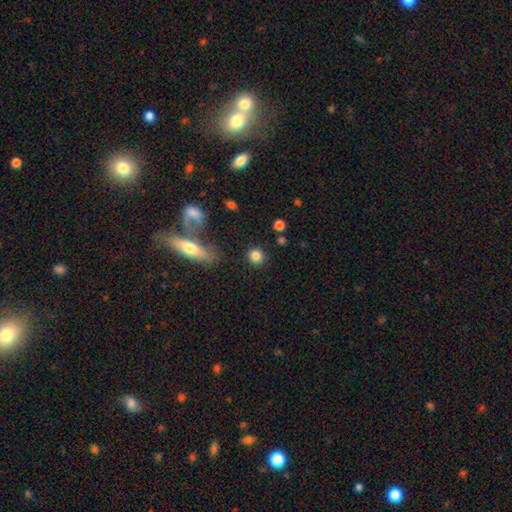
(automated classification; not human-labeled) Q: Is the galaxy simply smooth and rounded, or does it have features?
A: smooth — 84%.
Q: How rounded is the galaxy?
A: round — 91%.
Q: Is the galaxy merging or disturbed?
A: none — 87%.